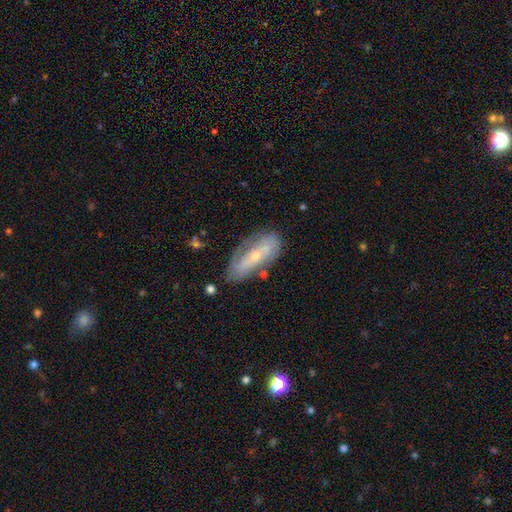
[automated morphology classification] Overall: featured or disk (63%; smooth 30%). Edge-on disk: no (81%). Bar: no (56%; weak 24%). Spiral arms: yes (61%; no 39%). Bulge size: small (65%; moderate 32%). Merging: none (67%).